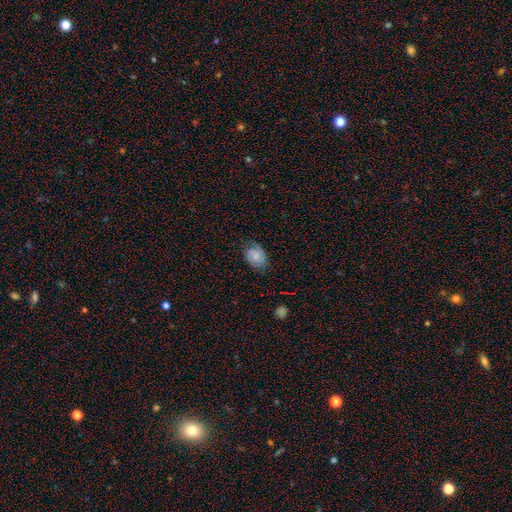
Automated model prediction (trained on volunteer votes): This appears to be a smooth galaxy with no disk features (58%) that is in between round and cigar-shaped (71%). Merging: none (67%).